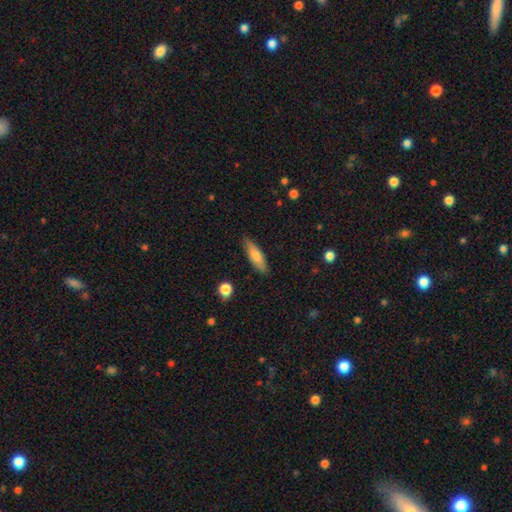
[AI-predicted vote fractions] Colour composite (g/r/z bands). It shows a smooth galaxy with no disk features (71%) that is cigar-shaped (52%). Merging: none (84%).